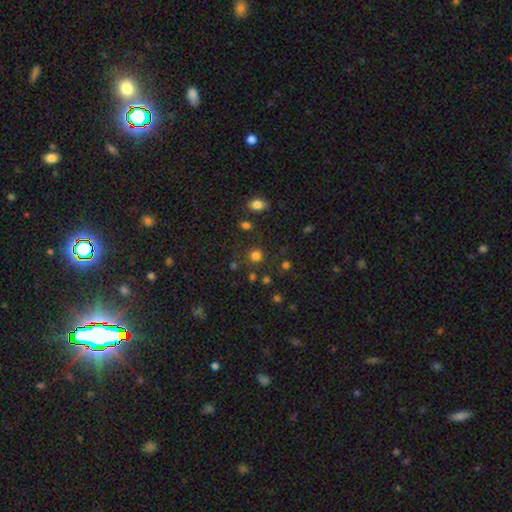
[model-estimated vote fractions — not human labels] Smooth or featured?
  - smooth: 78% *
  - star or artifact: 17%
  - featured or disk: 5%
How rounded?
  - round: 89% *
  - in between: 10%
  - cigar-shaped: 1%
Merging?
  - none: 82% *
  - minor disturbance: 9%
  - merger: 5%
  - major disturbance: 4%